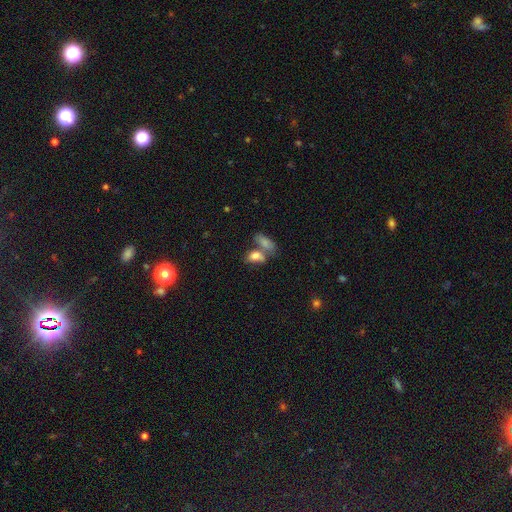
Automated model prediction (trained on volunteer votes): smooth_or_featured: smooth (p=0.79) [alt: featured or disk p=0.13]
how_rounded: in between (p=0.84) [alt: round p=0.10]
merging: merger (p=0.46) [alt: none p=0.38]